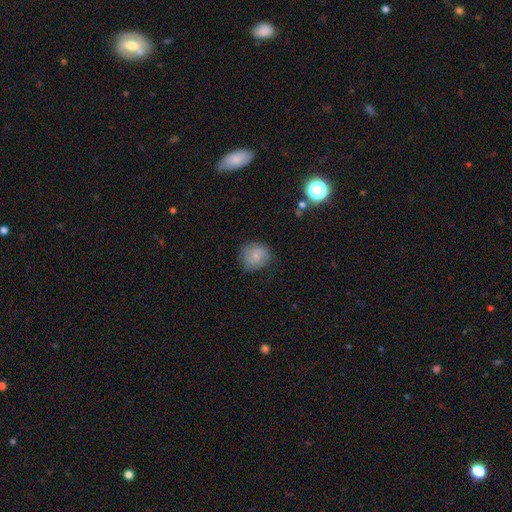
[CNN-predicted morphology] This appears to be a smooth galaxy with no disk features (59%) that is round (83%). Merging: none (76%).